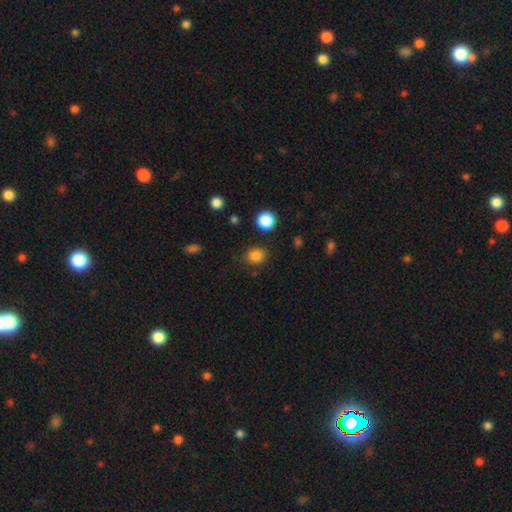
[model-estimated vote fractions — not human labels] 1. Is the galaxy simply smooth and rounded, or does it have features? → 84% smooth, 12% star or artifact, 4% featured or disk.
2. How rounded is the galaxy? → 77% round, 22% in between, 1% cigar-shaped.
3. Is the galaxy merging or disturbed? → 85% none, 9% minor disturbance, 4% major disturbance, 3% merger.